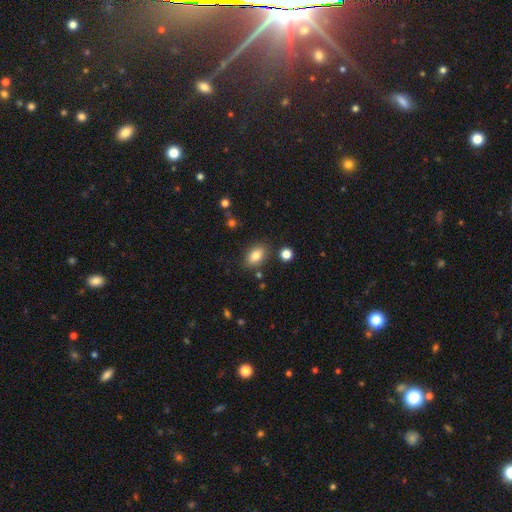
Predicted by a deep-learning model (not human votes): A smooth galaxy with no disk features (82%) that is in between round and cigar-shaped (85%). Merging: none (82%).